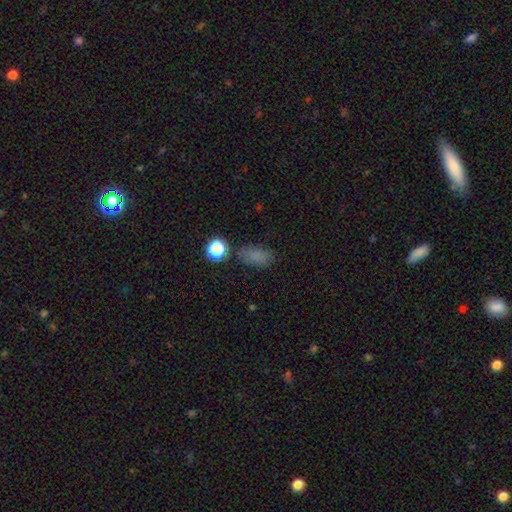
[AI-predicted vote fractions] This is likely a smooth galaxy (75%). How rounded: clearly in between (83%). Merging: likely none (74%).